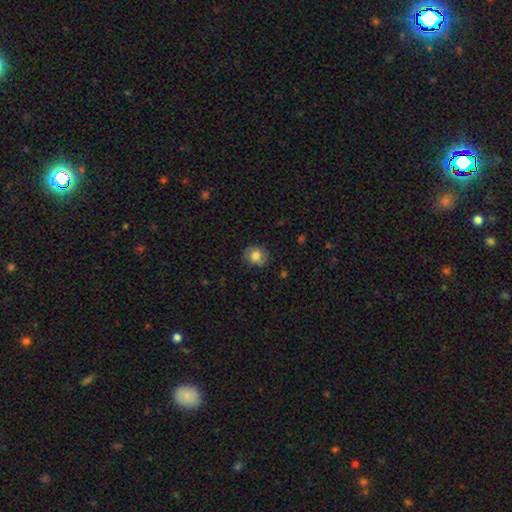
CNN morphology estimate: This appears to be a smooth galaxy with no disk features (76%) that is round (72%). Merging: none (82%).